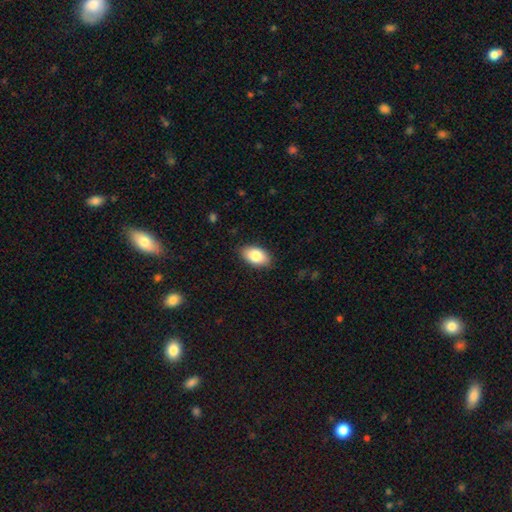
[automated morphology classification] Smooth or featured? Predicted: smooth (p=0.83). How rounded? Predicted: in between (p=0.93). Merging? Predicted: none (p=0.87).